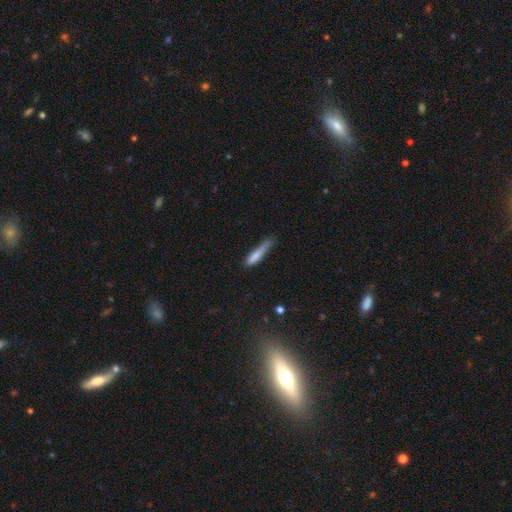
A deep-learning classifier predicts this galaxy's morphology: This is likely a smooth galaxy (76%). How rounded: clearly cigar-shaped (85%). Merging: possibly none (45%).